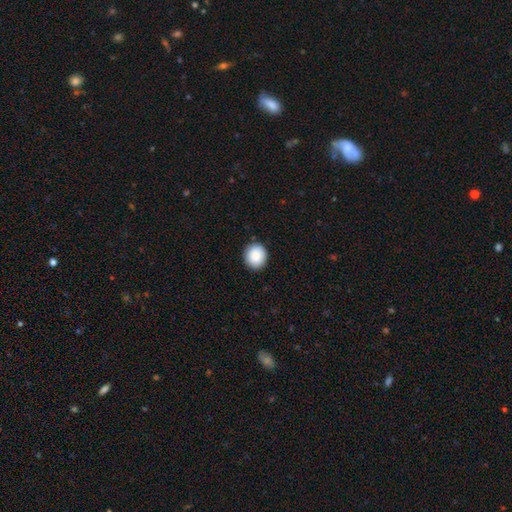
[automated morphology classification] smooth_or_featured: smooth (p=0.89) [alt: star or artifact p=0.07]
how_rounded: round (p=0.78) [alt: in between p=0.21]
merging: none (p=0.90) [alt: minor disturbance p=0.07]